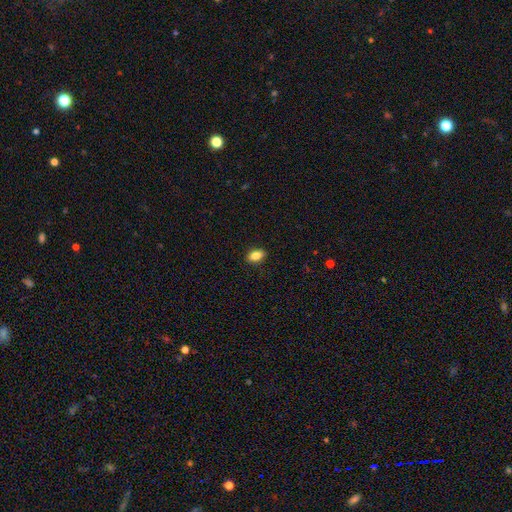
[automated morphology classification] A smooth galaxy with no disk features (85%) that is in between round and cigar-shaped (85%). Merging: none (88%).